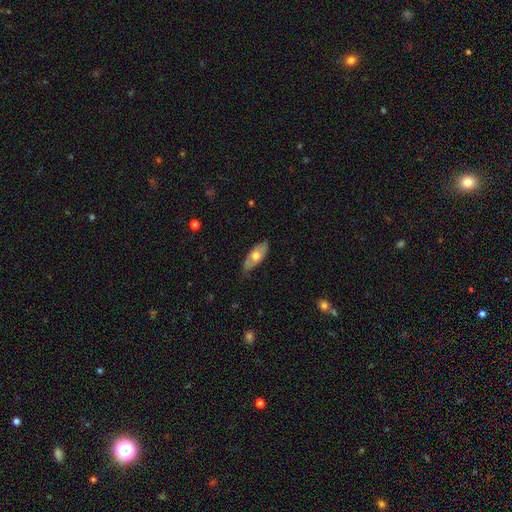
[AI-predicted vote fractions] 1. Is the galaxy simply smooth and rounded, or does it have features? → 55% smooth, 39% featured or disk, 5% star or artifact.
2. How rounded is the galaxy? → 82% in between, 15% cigar-shaped, 3% round.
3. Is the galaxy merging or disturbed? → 75% none, 20% minor disturbance, 3% major disturbance, 1% merger.